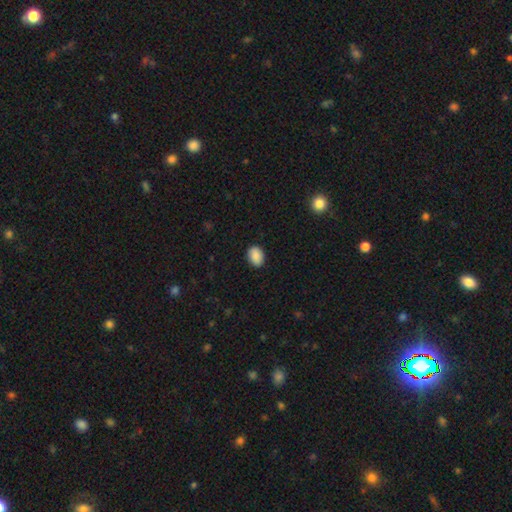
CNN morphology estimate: Overall: smooth (88%). How rounded: in between (75%). Merging: none (88%).